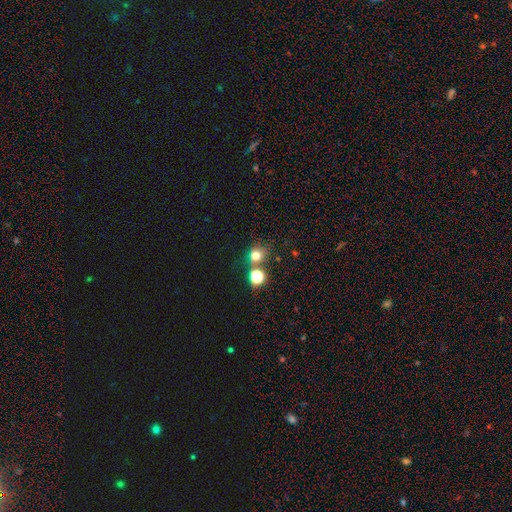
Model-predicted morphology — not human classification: smooth_or_featured: smooth (p=0.68) [alt: star or artifact p=0.24]
how_rounded: round (p=0.82) [alt: in between p=0.17]
merging: none (p=0.65) [alt: merger p=0.20]